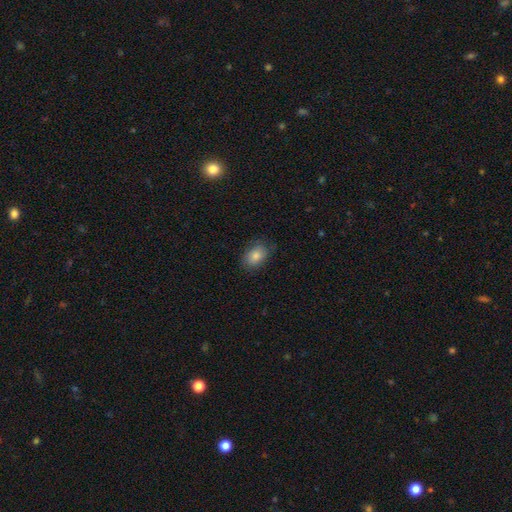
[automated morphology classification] Overall: smooth (83%). How rounded: in between (85%). Merging: none (78%).